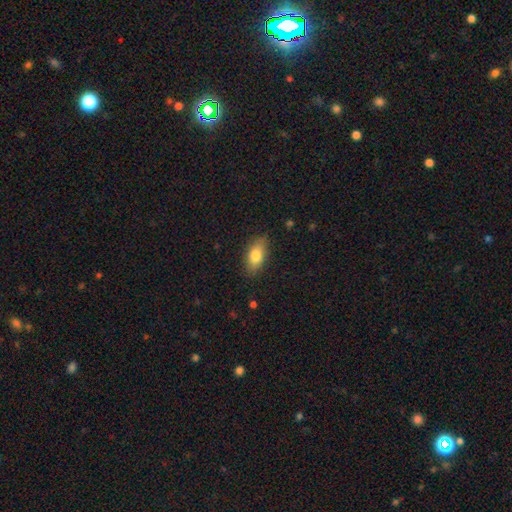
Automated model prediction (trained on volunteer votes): Smooth or featured?
  - smooth: 78% *
  - featured or disk: 15%
  - star or artifact: 7%
How rounded?
  - in between: 86% *
  - cigar-shaped: 8%
  - round: 6%
Merging?
  - none: 82% *
  - minor disturbance: 14%
  - major disturbance: 3%
  - merger: 1%